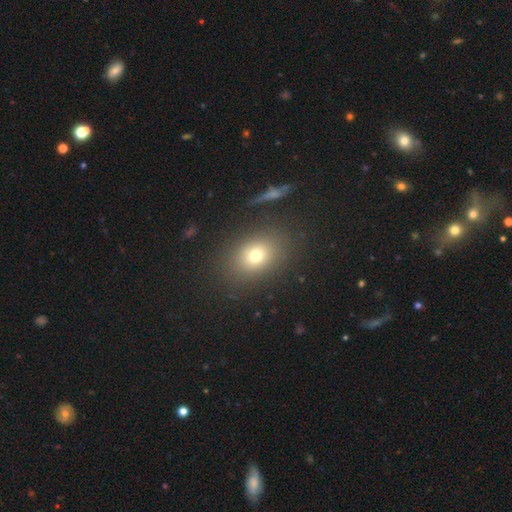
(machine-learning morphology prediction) smooth 73%, star or artifact 15%, featured or disk 12%. Down the decision tree: how rounded — in between (58%); merging — none (83%).